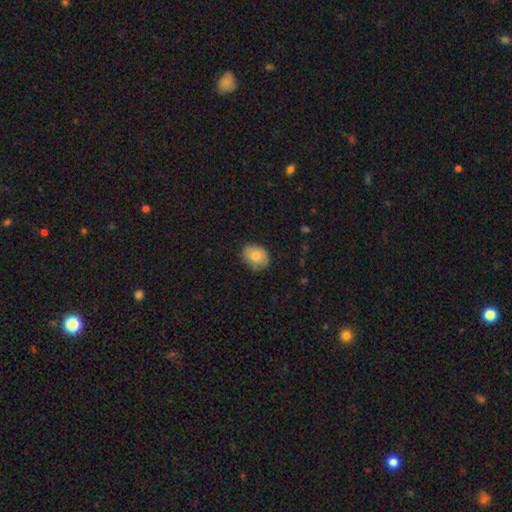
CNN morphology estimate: Overall: smooth (79%). How rounded: in between (64%; round 35%). Merging: none (76%).